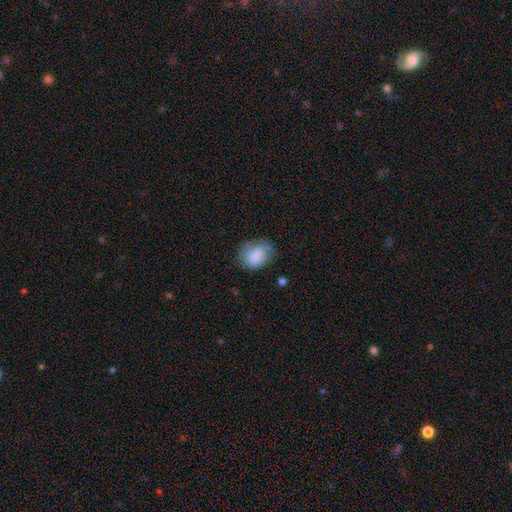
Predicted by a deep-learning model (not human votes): Smooth or featured: smooth — 75% (featured or disk — 17%)
How rounded: in between — 62% (round — 37%)
Merging: none — 54% (minor disturbance — 31%)